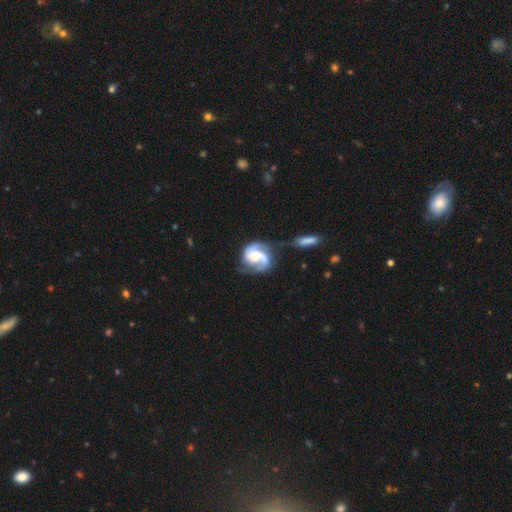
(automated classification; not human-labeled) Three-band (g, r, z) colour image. It shows a featured or disk galaxy (86%) with no bar (47%), 2 (85%) medium (50%) spiral arms (97%) and a moderate central bulge (45%). Merging: none (42%).